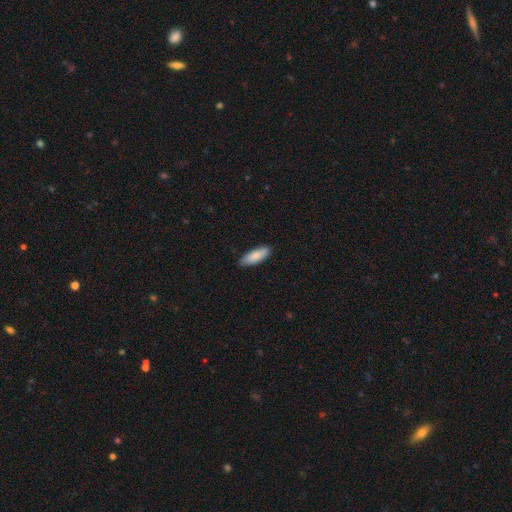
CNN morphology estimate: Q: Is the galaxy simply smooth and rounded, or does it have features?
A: smooth — 85%.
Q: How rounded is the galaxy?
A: in between — 64%.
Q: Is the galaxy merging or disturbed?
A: none — 85%.